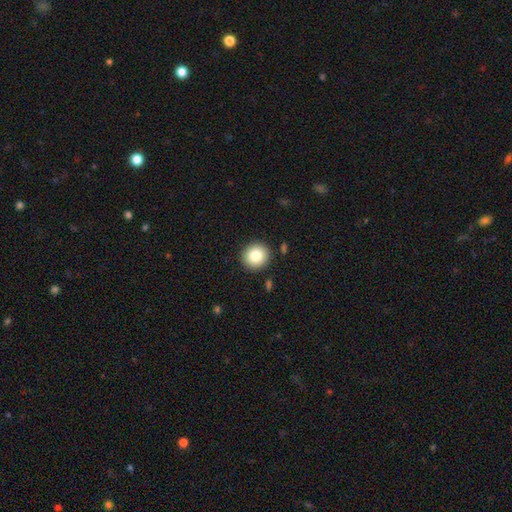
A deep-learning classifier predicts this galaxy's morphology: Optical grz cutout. It shows a smooth galaxy with no disk features (84%) that is round (92%). Merging: none (90%).